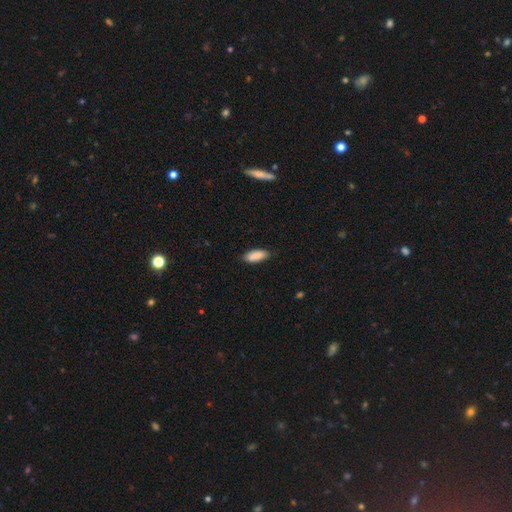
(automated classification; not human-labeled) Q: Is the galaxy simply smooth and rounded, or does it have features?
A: smooth — 87%.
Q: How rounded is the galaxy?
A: in between — 77%.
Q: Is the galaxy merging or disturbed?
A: none — 82%.